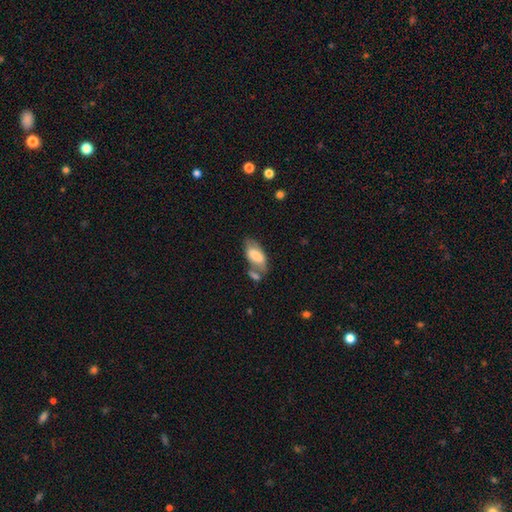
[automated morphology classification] This appears to be a smooth galaxy with no disk features (71%) that is in between round and cigar-shaped (90%). Merging: none (42%).